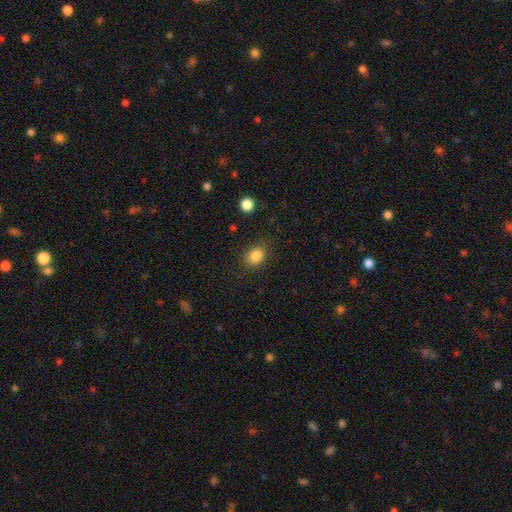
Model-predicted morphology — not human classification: A smooth galaxy with no disk features (85%) that is round (57%). Merging: none (81%).